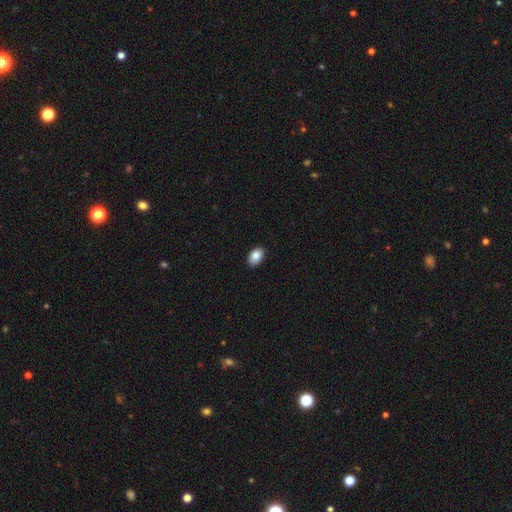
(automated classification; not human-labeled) This is clearly a smooth galaxy (87%). How rounded: clearly in between (89%). Merging: clearly none (89%).